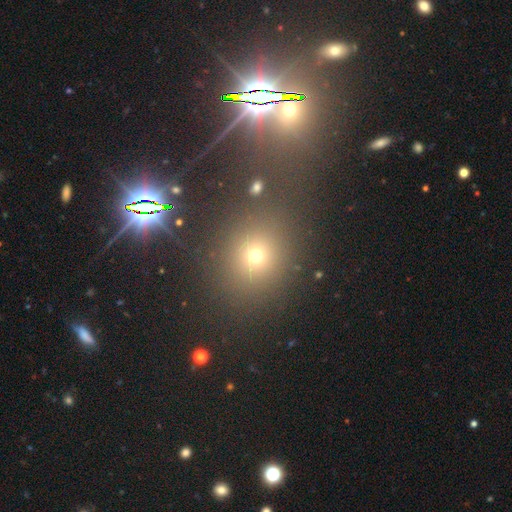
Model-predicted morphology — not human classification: Q: Smooth or featured?
A: smooth (70%); runner-up: star or artifact (21%)
Q: How rounded?
A: round (78%); runner-up: in between (21%)
Q: Merging?
A: none (76%); runner-up: minor disturbance (10%)